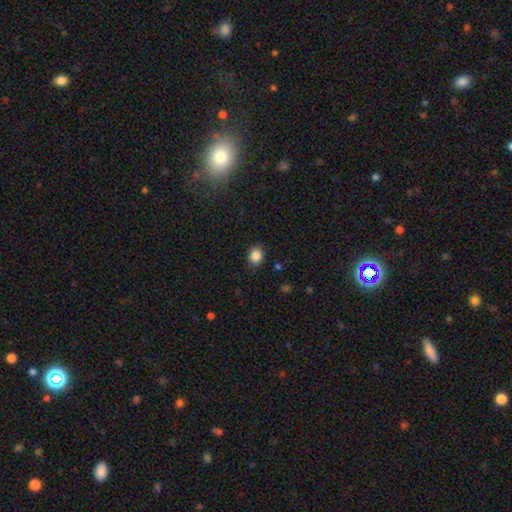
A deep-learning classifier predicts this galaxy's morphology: Smooth or featured? smooth (86%)
How rounded? round (65%)
Merging? none (86%)